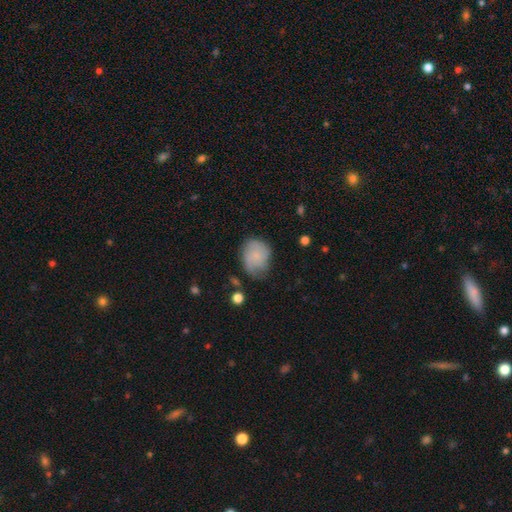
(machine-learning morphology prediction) A smooth galaxy with no disk features (61%) that is round (54%). Merging: none (52%).